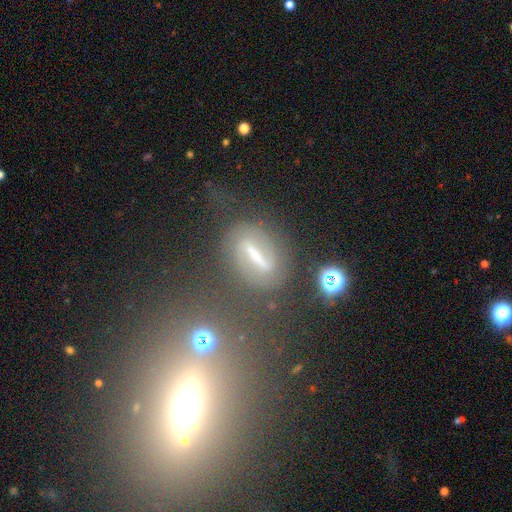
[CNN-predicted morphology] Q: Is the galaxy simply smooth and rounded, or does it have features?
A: featured or disk — 57%.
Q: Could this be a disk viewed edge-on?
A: no — 70%.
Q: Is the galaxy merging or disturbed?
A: none — 72%.